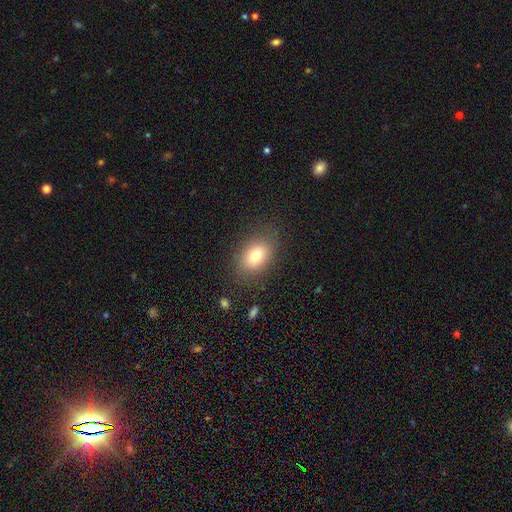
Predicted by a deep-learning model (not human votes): This appears to be a smooth galaxy with no disk features (77%) that is in between round and cigar-shaped (74%). Merging: none (82%).